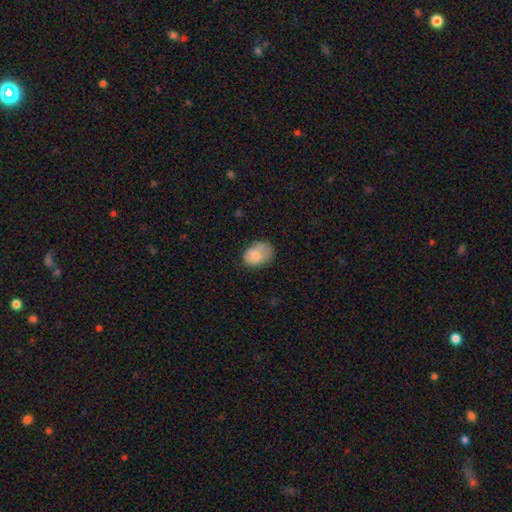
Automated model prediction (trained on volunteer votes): A smooth galaxy with no disk features (74%) that is in between round and cigar-shaped (70%). Merging: none (53%).